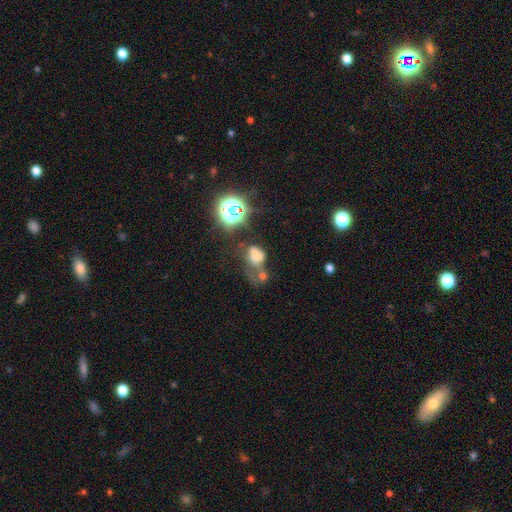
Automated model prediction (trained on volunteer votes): This is possibly a smooth galaxy (57%). How rounded: possibly in between (58%). Merging: marginally merger (33%).